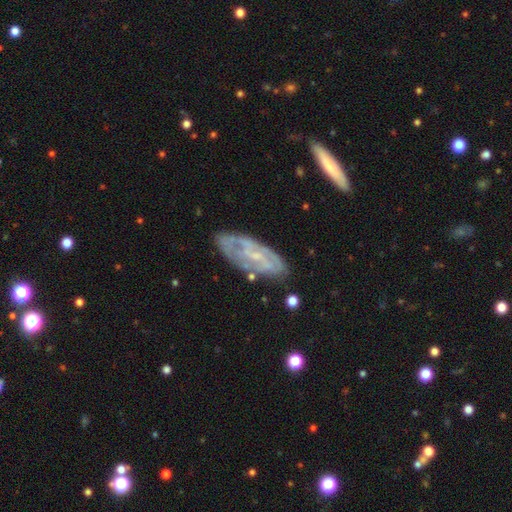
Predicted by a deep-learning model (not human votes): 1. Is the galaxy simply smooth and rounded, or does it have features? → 71% featured or disk, 22% smooth, 7% star or artifact.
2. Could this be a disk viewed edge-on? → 86% no, 14% yes.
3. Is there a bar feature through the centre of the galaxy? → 53% no, 35% weak, 12% strong.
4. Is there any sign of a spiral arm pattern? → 66% yes, 34% no.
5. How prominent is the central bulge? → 69% small, 16% moderate, 13% none, 1% large, 1% dominant.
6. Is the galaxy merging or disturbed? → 70% none, 20% minor disturbance, 7% major disturbance, 3% merger.